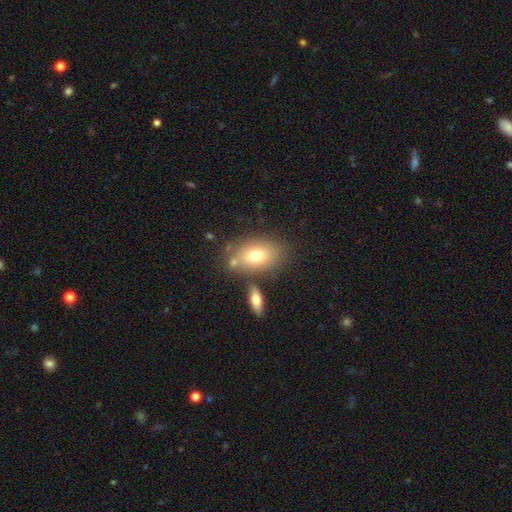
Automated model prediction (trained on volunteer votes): A smooth galaxy with no disk features (73%) that is in between round and cigar-shaped (84%). Merging: none (68%).